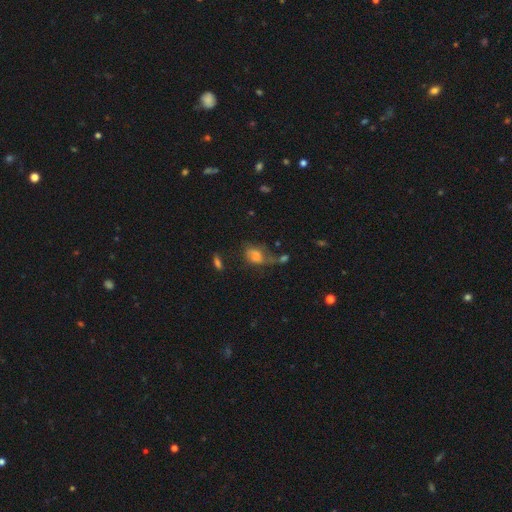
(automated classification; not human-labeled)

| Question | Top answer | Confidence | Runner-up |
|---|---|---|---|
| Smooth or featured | smooth | 59% | featured or disk (24%) |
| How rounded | in between | 70% | round (28%) |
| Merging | none | 38% | minor disturbance (25%) |